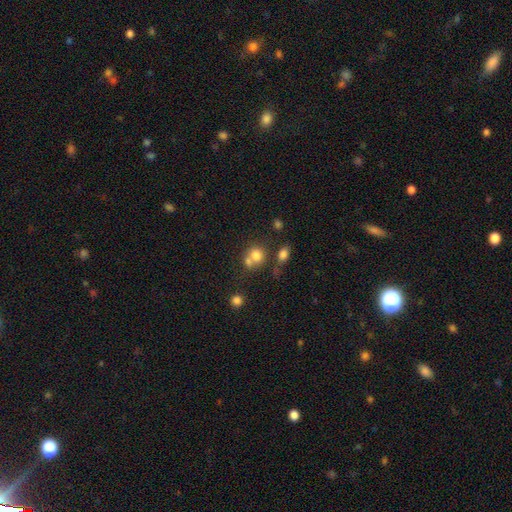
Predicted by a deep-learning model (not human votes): Overall: smooth (74%). How rounded: round (68%; in between 31%). Merging: merger (47%; none 38%).